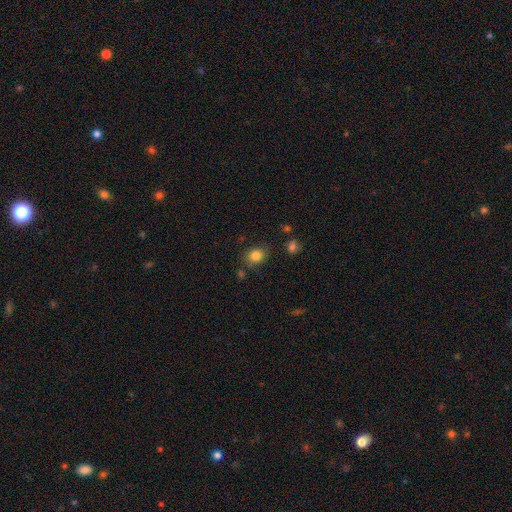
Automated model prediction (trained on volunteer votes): A smooth galaxy with no disk features (82%) that is round (58%).

Vote fractions:
- Smooth or featured? smooth: 82% / star or artifact: 11% / featured or disk: 7%
- How rounded? round: 58% / in between: 41% / cigar-shaped: 1%
- Merging? none: 77% / minor disturbance: 15% / merger: 4% / major disturbance: 4%